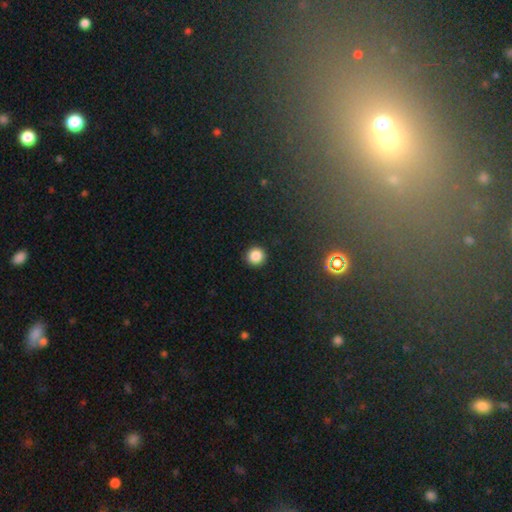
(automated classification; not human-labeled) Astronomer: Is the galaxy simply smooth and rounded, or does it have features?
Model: smooth — 85%.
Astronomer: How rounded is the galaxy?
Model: round — 95%.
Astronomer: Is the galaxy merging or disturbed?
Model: none — 92%.